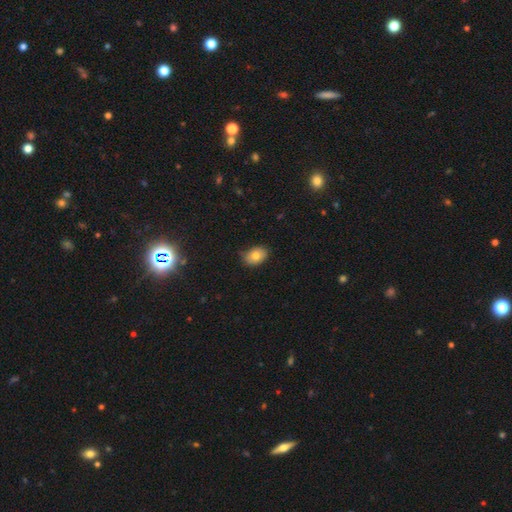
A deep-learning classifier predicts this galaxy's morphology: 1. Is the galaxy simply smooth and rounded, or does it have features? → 79% smooth, 12% featured or disk, 9% star or artifact.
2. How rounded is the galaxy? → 79% in between, 20% round, 1% cigar-shaped.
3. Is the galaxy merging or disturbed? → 75% none, 21% minor disturbance, 3% major disturbance, 1% merger.